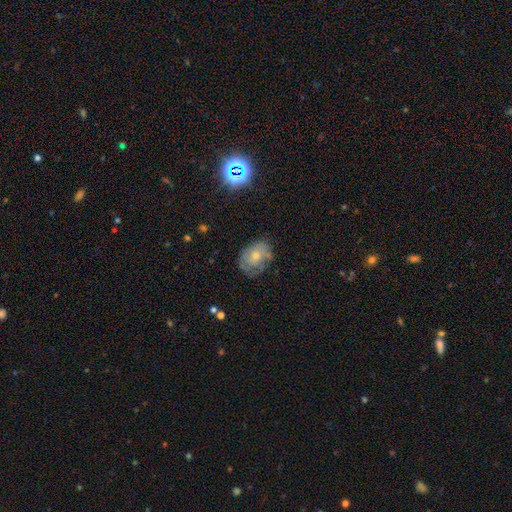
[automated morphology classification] Smooth or featured? Predicted: featured or disk (p=0.52). Edge-on disk? Predicted: no (p=0.95). Merging? Predicted: none (p=0.65).